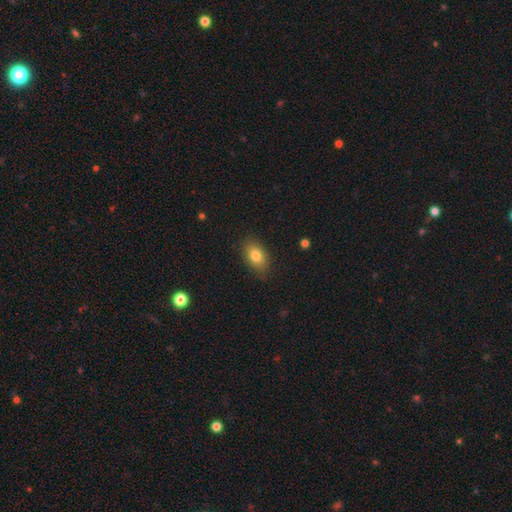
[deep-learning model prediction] Overall: smooth (81%). How rounded: in between (86%). Merging: none (83%).